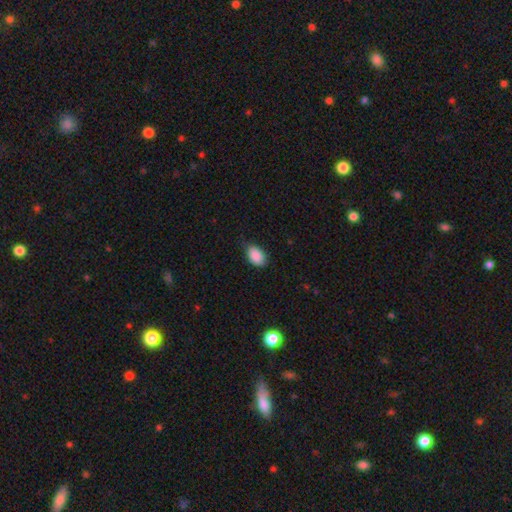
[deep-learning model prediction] Smooth or featured: smooth — 88% (star or artifact — 8%)
How rounded: in between — 86% (round — 12%)
Merging: none — 69% (minor disturbance — 26%)